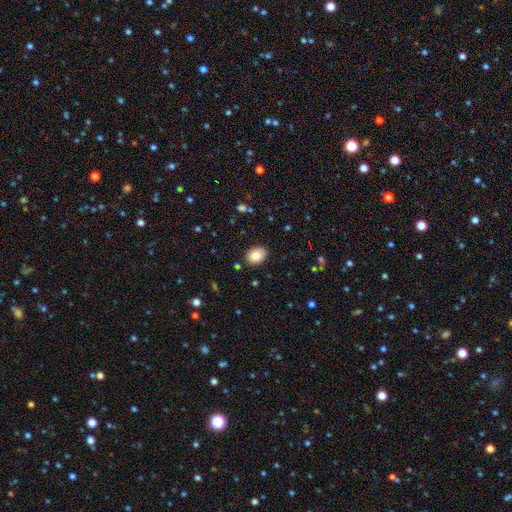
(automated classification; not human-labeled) Smooth or featured: smooth — 83% (featured or disk — 9%)
How rounded: in between — 68% (round — 31%)
Merging: none — 88% (minor disturbance — 9%)